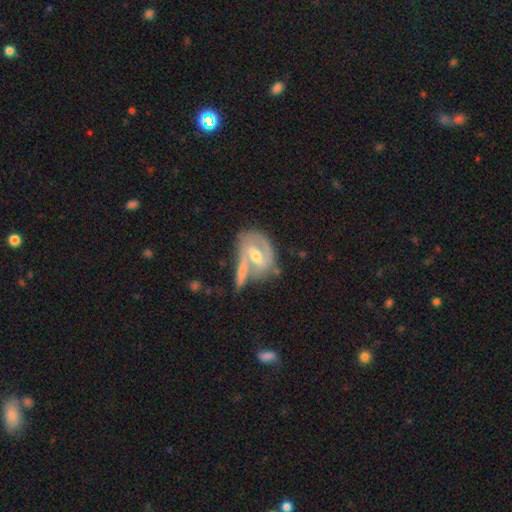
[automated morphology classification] Q: Smooth or featured?
A: featured or disk (70%); runner-up: smooth (24%)
Q: Edge-on disk?
A: no (89%); runner-up: yes (11%)
Q: Bar?
A: weak (41%); runner-up: strong (39%)
Q: Spiral arms?
A: yes (67%); runner-up: no (33%)
Q: Bulge size?
A: moderate (65%); runner-up: small (27%)
Q: Merging?
A: none (41%); runner-up: merger (30%)